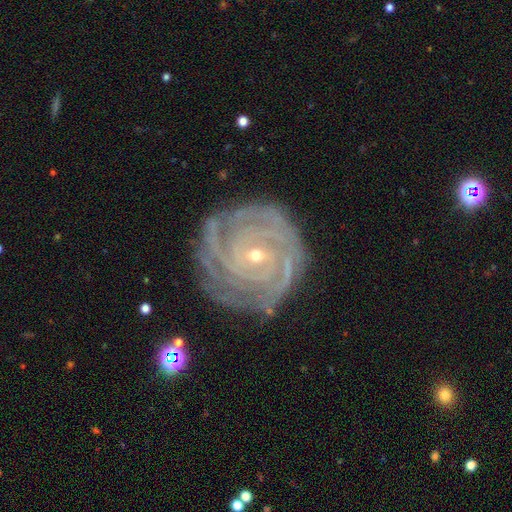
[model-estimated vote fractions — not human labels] Smooth or featured: featured or disk — 90% (star or artifact — 5%)
Edge-on disk: no — 97% (yes — 3%)
Bar: no — 57% (weak — 31%)
Spiral arms: yes — 98% (no — 2%)
Spiral winding: tight — 85% (medium — 13%)
Spiral arm count: 4 — 26% (3 — 21%)
Bulge size: small — 69% (moderate — 29%)
Merging: none — 77% (minor disturbance — 16%)